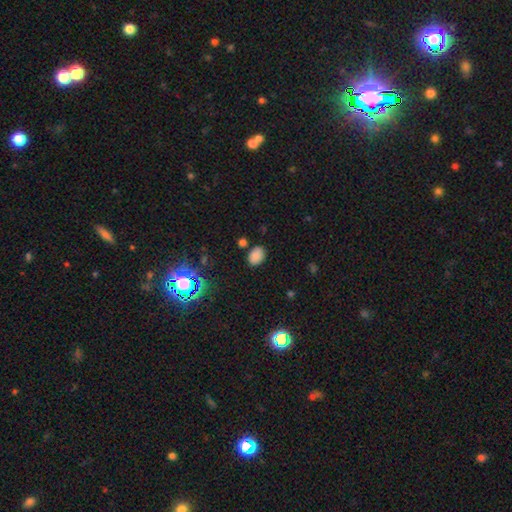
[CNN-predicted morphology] smooth_or_featured: smooth (p=0.79) [alt: star or artifact p=0.16]
how_rounded: in between (p=0.74) [alt: round p=0.25]
merging: none (p=0.80) [alt: minor disturbance p=0.13]